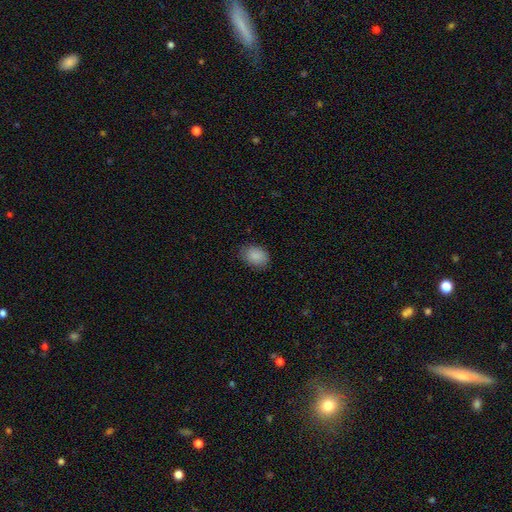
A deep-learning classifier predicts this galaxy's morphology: The model was most divided on "how rounded": in between: 75%, round: 24%, cigar-shaped: 1%. More confident: smooth or featured — smooth (89%); merging — none (82%).